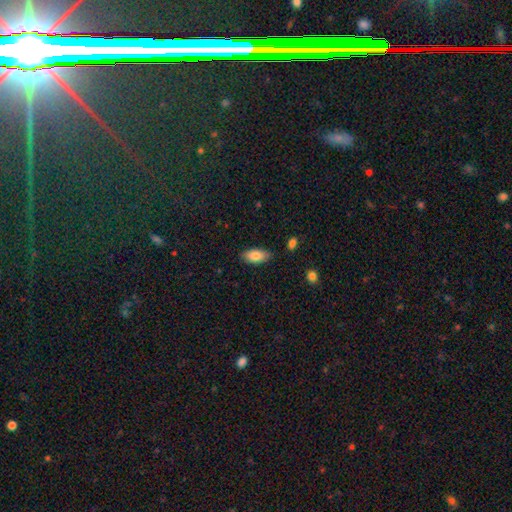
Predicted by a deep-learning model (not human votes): smooth-or-featured: smooth: 82% | featured or disk: 12% | star or artifact: 7%
  how-rounded: in between: 90% | cigar-shaped: 7% | round: 3%
  merging: none: 81% | minor disturbance: 14% | major disturbance: 3% | merger: 2%